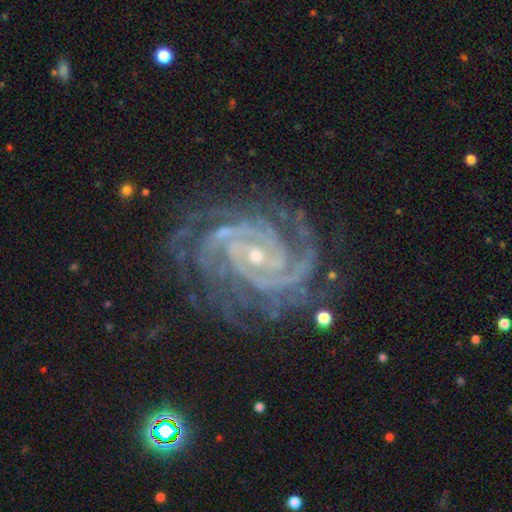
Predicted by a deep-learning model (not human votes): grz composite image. It shows a featured or disk galaxy (93%) with no bar (53%), 2 (25%) tight (76%) spiral arms (99%) and a small central bulge (76%). Merging: none (75%).